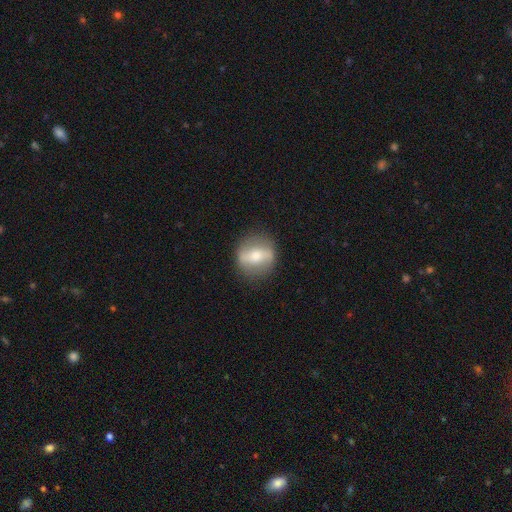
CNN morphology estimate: A featured or disk galaxy (54%). Merging: none (84%).